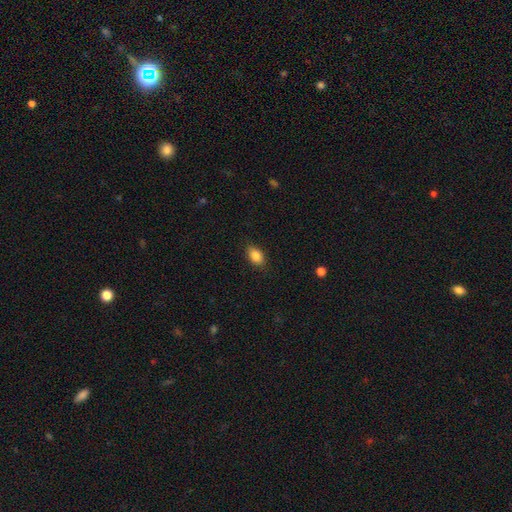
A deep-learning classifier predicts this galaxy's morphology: type=smooth (87%); roundness=in between (87%); merging=none (86%).